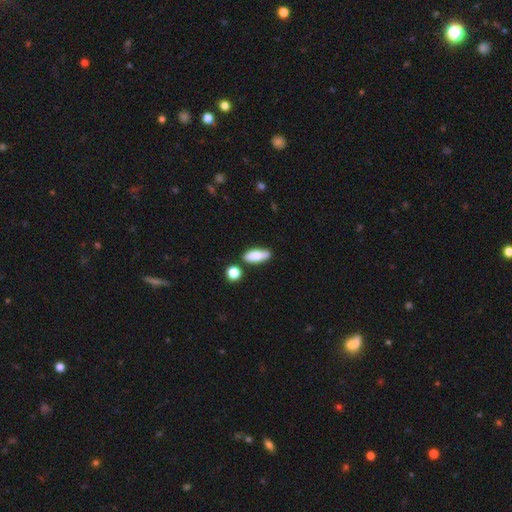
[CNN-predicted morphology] This appears to be a smooth galaxy with no disk features (73%) that is in between round and cigar-shaped (68%). Merging: none (72%).